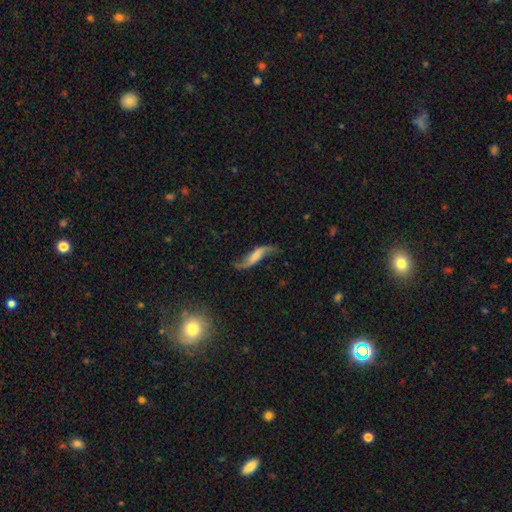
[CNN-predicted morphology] featured or disk 73%, smooth 19%, star or artifact 7%. Down the decision tree: edge-on disk — no (84%); bar — no (38%); spiral arms — yes (93%); spiral arm count — 2 (91%); spiral winding — loose (91%); bulge size — none (43%); merging — none (65%).